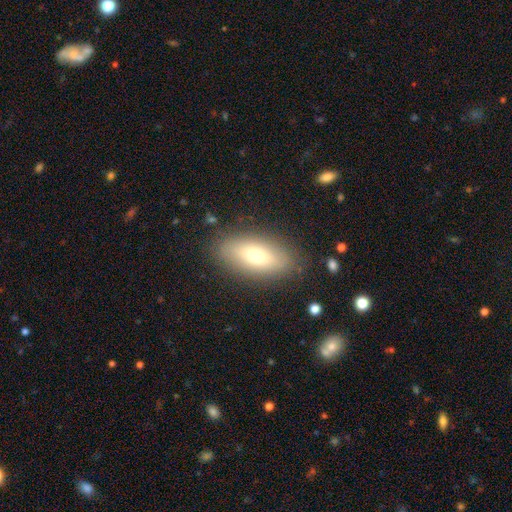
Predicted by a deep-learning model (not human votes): A smooth galaxy with no disk features (64%) that is in between round and cigar-shaped (83%).

Vote fractions:
- Smooth or featured? smooth: 64% / featured or disk: 28% / star or artifact: 9%
- How rounded? in between: 83% / cigar-shaped: 13% / round: 4%
- Merging? none: 85% / minor disturbance: 10% / major disturbance: 3% / merger: 1%